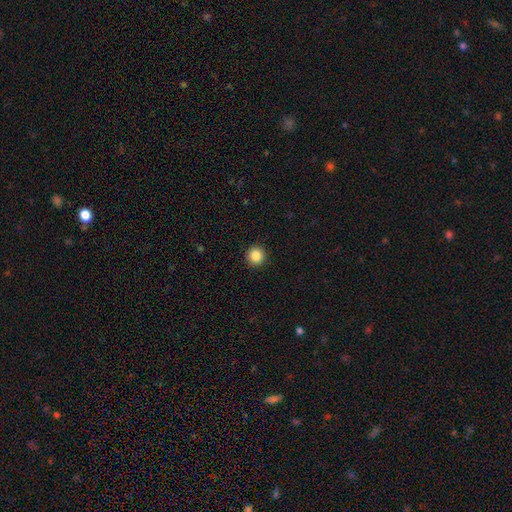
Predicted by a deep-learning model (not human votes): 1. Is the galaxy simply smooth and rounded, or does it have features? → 86% smooth, 10% star or artifact, 4% featured or disk.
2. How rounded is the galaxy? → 95% round, 5% in between, 1% cigar-shaped.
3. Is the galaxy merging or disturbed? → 93% none, 5% minor disturbance, 2% major disturbance, 1% merger.